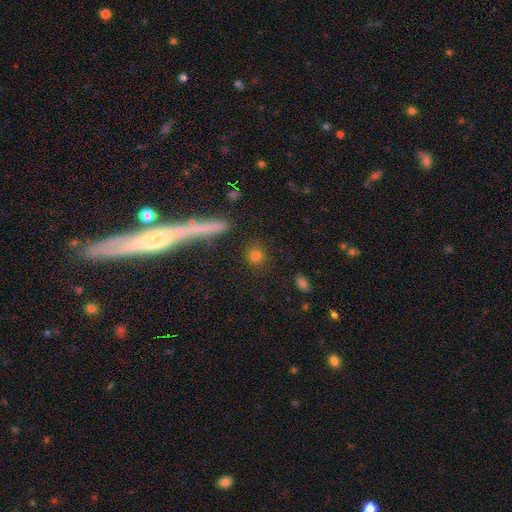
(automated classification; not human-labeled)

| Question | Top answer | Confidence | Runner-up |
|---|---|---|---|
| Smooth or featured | smooth | 78% | star or artifact (14%) |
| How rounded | round | 77% | in between (17%) |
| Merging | none | 86% | minor disturbance (8%) |